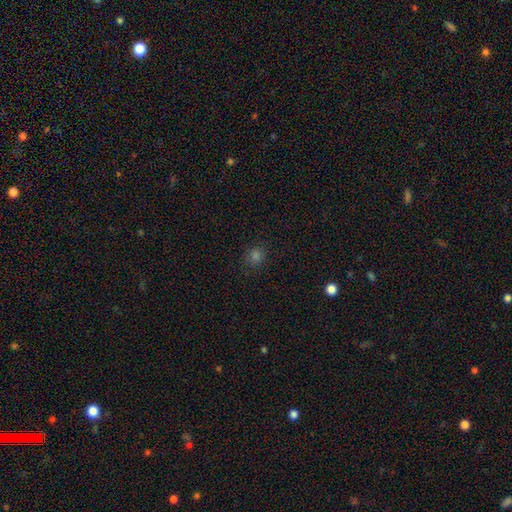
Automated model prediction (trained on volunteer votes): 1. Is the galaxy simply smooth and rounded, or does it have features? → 74% smooth, 22% star or artifact, 4% featured or disk.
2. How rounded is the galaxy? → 86% round, 13% in between, 1% cigar-shaped.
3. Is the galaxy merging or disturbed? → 87% none, 9% minor disturbance, 3% major disturbance, 1% merger.